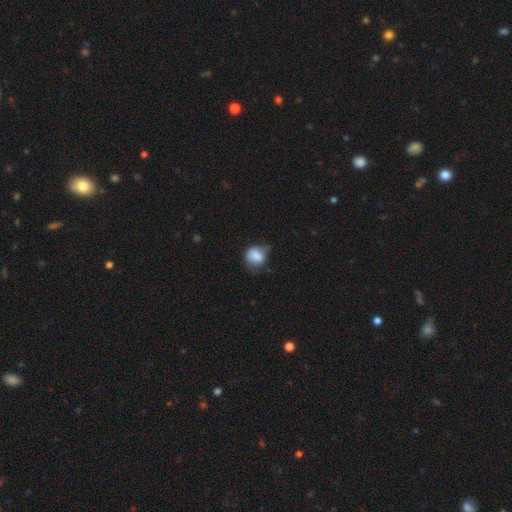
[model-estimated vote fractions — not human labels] A smooth galaxy with no disk features (79%) that is round (62%).

Vote fractions:
- Smooth or featured? smooth: 79% / featured or disk: 12% / star or artifact: 9%
- How rounded? round: 62% / in between: 37% / cigar-shaped: 1%
- Merging? none: 41% / minor disturbance: 39% / major disturbance: 17% / merger: 3%